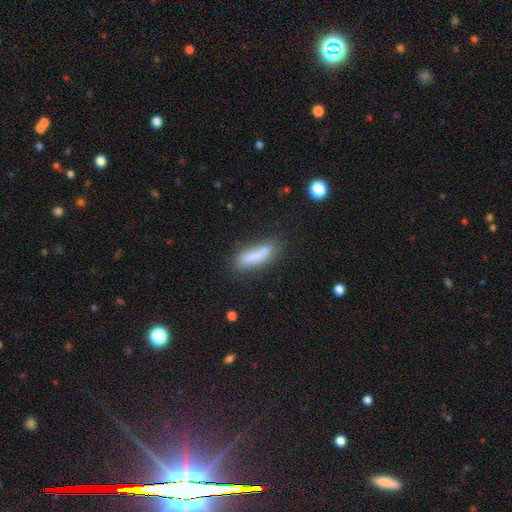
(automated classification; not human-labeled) Q: Smooth or featured?
A: smooth (77%); runner-up: featured or disk (14%)
Q: How rounded?
A: cigar-shaped (65%); runner-up: in between (32%)
Q: Merging?
A: none (61%); runner-up: minor disturbance (22%)